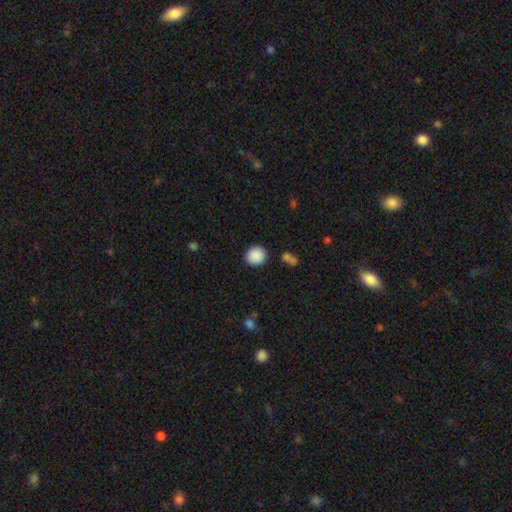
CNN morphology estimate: This appears to be a smooth galaxy with no disk features (89%) that is round (86%). Merging: none (88%).